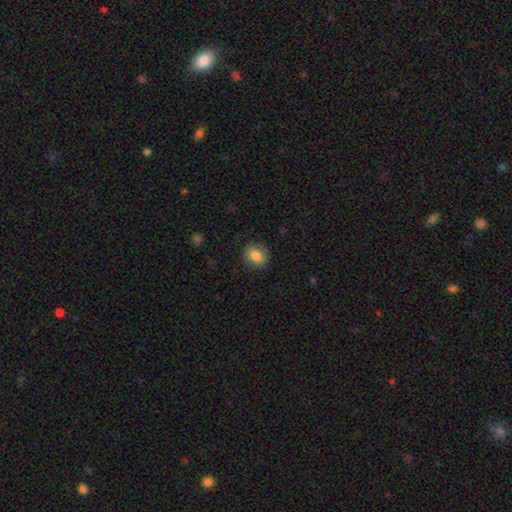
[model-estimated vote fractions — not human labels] Morphology: type=smooth (82%); roundness=round (60%); merging=none (83%).